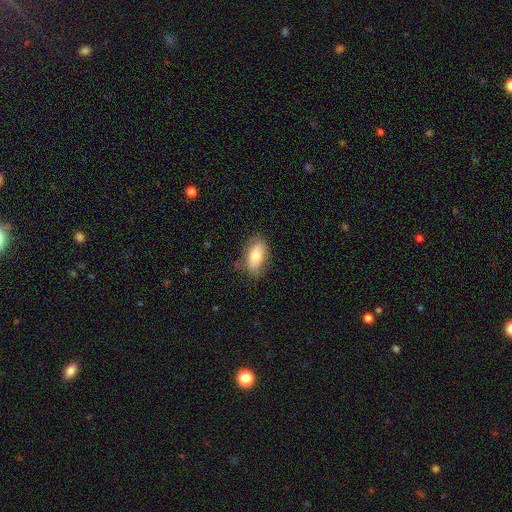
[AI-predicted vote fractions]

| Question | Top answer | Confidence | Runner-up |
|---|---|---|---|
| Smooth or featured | smooth | 76% | featured or disk (18%) |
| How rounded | in between | 90% | cigar-shaped (6%) |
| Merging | none | 77% | minor disturbance (17%) |